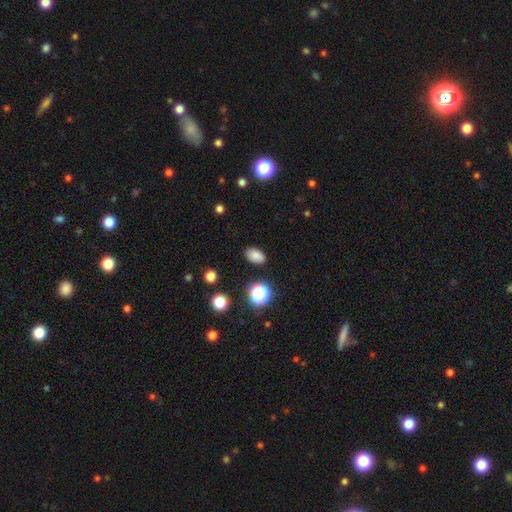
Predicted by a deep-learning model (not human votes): Morphology: type=smooth (81%); roundness=in between (87%); merging=none (85%).